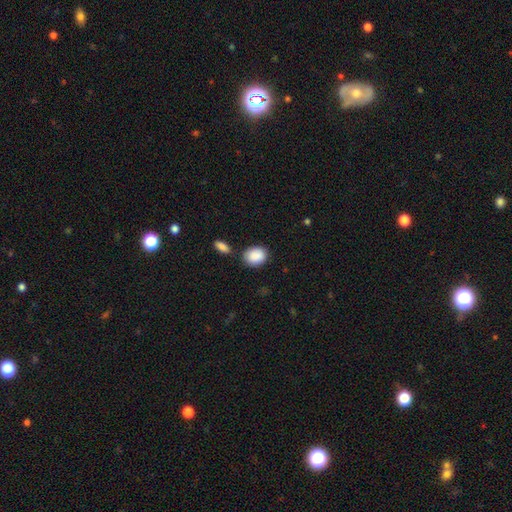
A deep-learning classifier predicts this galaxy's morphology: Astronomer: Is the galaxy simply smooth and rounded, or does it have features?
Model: smooth — 89%.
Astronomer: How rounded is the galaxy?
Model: in between — 62%.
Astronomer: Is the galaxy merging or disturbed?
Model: none — 70%.